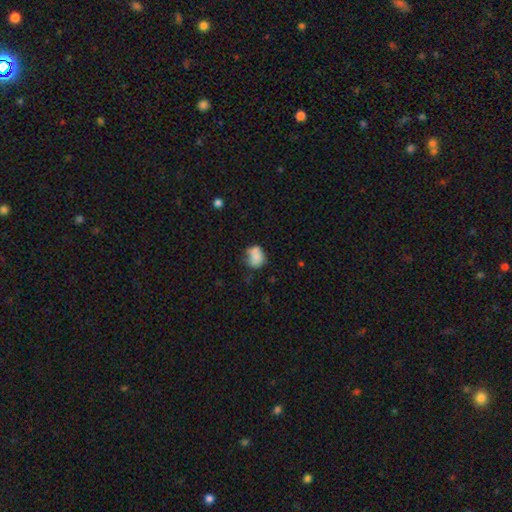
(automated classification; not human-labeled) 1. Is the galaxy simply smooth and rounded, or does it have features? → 76% smooth, 14% featured or disk, 10% star or artifact.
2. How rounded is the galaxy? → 50% in between, 49% round, 1% cigar-shaped.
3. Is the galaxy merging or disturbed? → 43% none, 31% minor disturbance, 14% merger, 12% major disturbance.